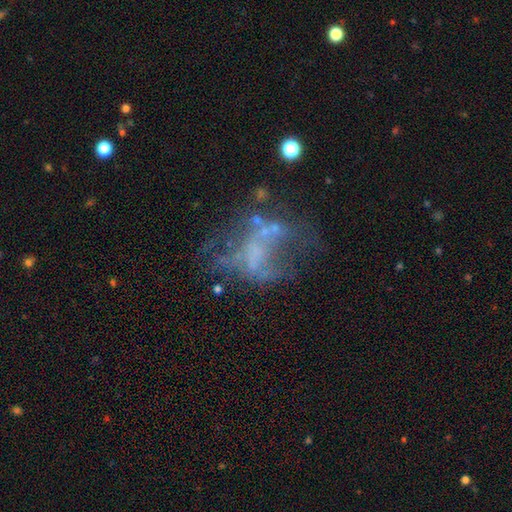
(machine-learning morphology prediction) Q: Smooth or featured?
A: featured or disk (62%); runner-up: star or artifact (21%)
Q: Edge-on disk?
A: no (97%); runner-up: yes (3%)
Q: Bar?
A: no (82%); runner-up: weak (13%)
Q: Spiral arms?
A: no (86%); runner-up: yes (14%)
Q: Bulge size?
A: none (73%); runner-up: small (14%)
Q: Merging?
A: none (36%); tied with: major disturbance (36%)